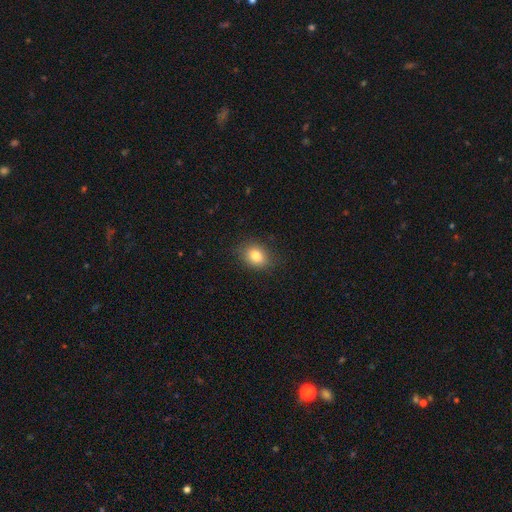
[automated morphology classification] Smooth or featured? Predicted: smooth (p=0.82). How rounded? Predicted: in between (p=0.56). Merging? Predicted: none (p=0.84).